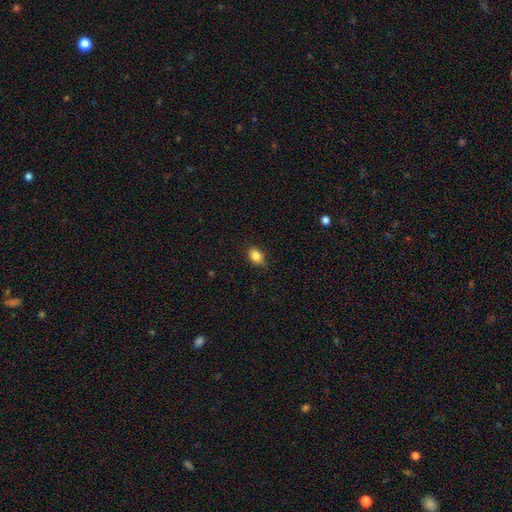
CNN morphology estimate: Smooth or featured? Predicted: smooth (p=0.85). How rounded? Predicted: in between (p=0.76). Merging? Predicted: none (p=0.81).